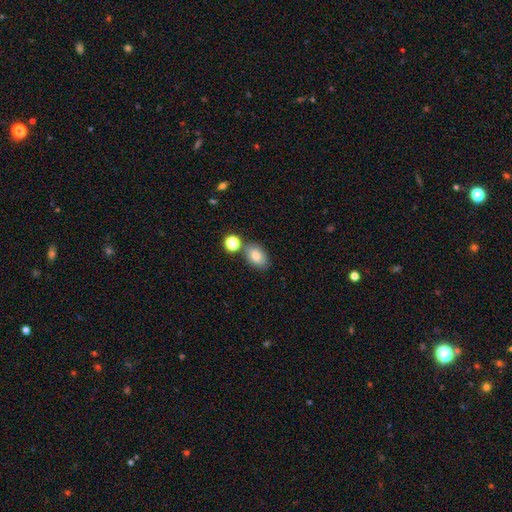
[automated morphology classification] Smooth or featured?
  - smooth: 80% *
  - featured or disk: 10%
  - star or artifact: 10%
How rounded?
  - in between: 87% *
  - round: 11%
  - cigar-shaped: 2%
Merging?
  - none: 70% *
  - minor disturbance: 13%
  - merger: 13%
  - major disturbance: 3%